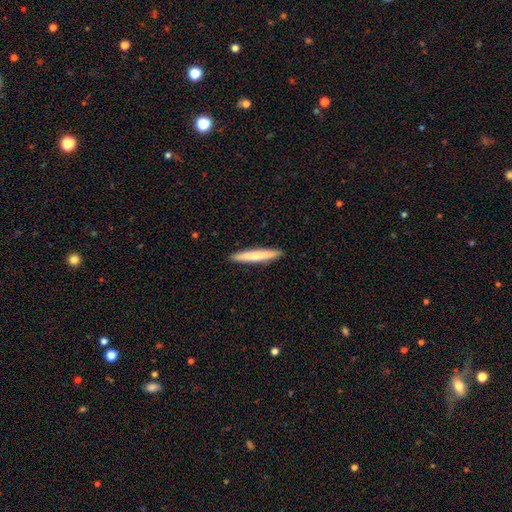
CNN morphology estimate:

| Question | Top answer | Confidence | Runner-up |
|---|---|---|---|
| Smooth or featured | smooth | 69% | featured or disk (26%) |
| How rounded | cigar-shaped | 96% | in between (3%) |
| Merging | none | 92% | minor disturbance (5%) |